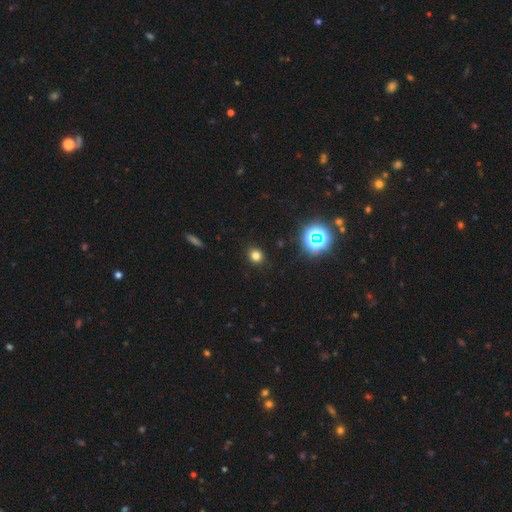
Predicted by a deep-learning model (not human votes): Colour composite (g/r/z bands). It shows a smooth galaxy with no disk features (75%) that is round (76%). Merging: none (89%).